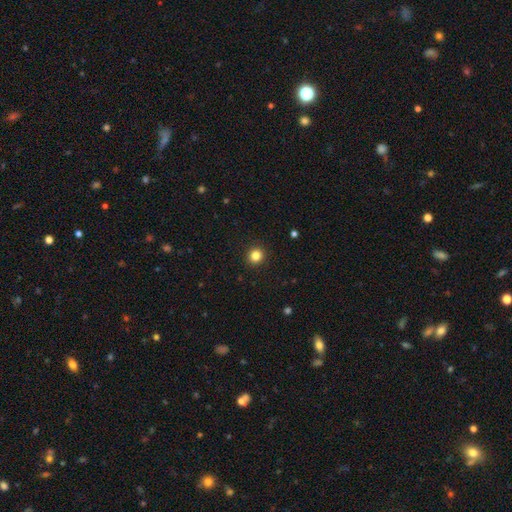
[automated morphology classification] The model was most divided on "smooth or featured": smooth: 83%, star or artifact: 12%, featured or disk: 4%. More confident: merging — none (93%); how rounded — round (92%).